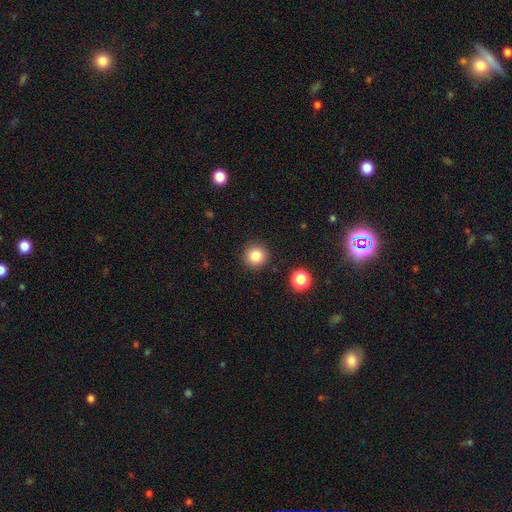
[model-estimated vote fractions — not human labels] A smooth galaxy with no disk features (84%) that is round (94%).

Vote fractions:
- Smooth or featured? smooth: 84% / star or artifact: 11% / featured or disk: 5%
- How rounded? round: 94% / in between: 5% / cigar-shaped: 1%
- Merging? none: 90% / minor disturbance: 6% / major disturbance: 2% / merger: 2%